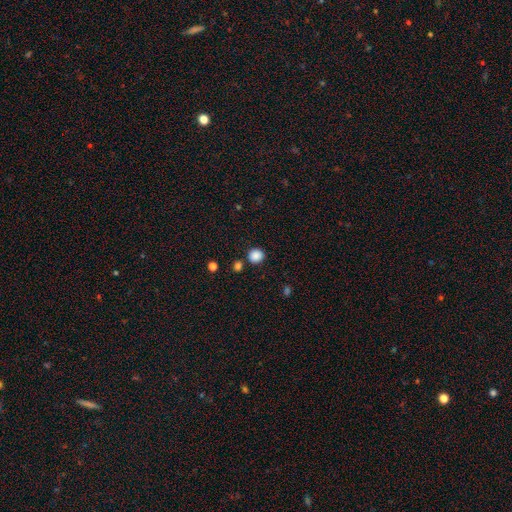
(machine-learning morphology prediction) The model was most divided on "merging": none: 83%, minor disturbance: 8%, merger: 6%, major disturbance: 3%. More confident: how rounded — round (88%); smooth or featured — smooth (87%).